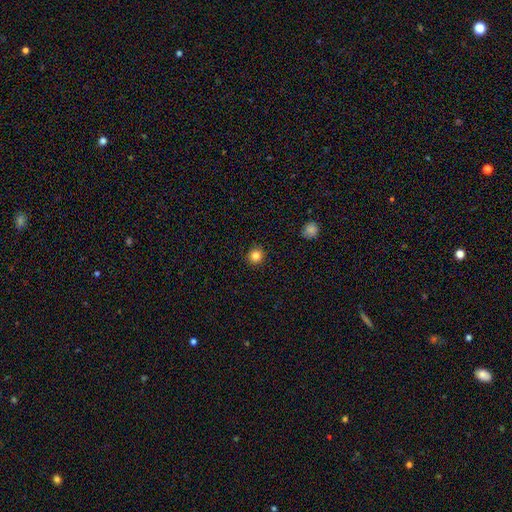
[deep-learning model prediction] Q: Smooth or featured?
A: smooth (84%); runner-up: star or artifact (11%)
Q: How rounded?
A: round (93%); runner-up: in between (6%)
Q: Merging?
A: none (92%); runner-up: minor disturbance (5%)